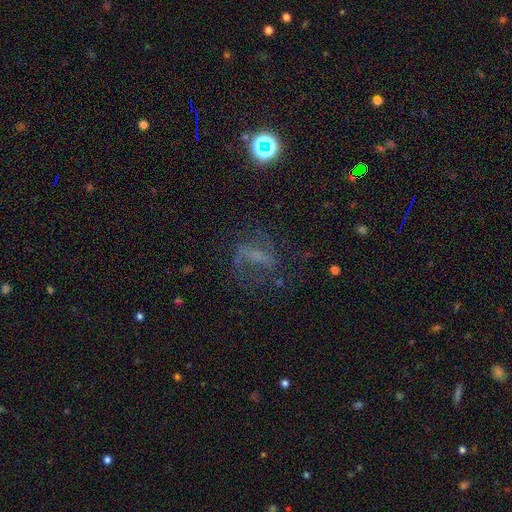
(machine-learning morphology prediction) Smooth or featured: featured or disk — 54% (star or artifact — 23%)
Edge-on disk: no — 92% (yes — 8%)
Bar: weak — 38% (strong — 32%)
Spiral arms: yes — 70% (no — 30%)
Bulge size: none — 43% (small — 29%)
Merging: none — 56% (major disturbance — 24%)